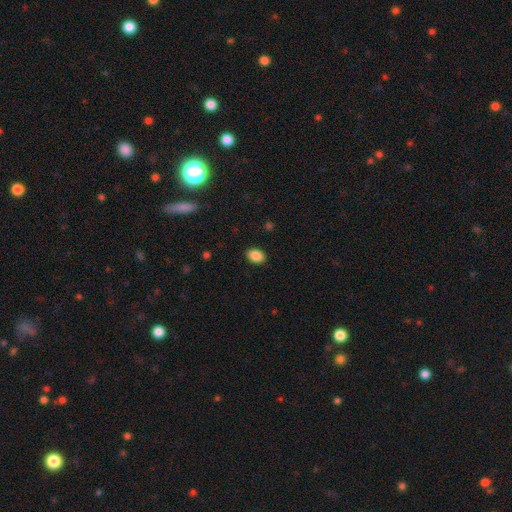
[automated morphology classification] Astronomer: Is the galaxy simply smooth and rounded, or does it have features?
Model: smooth — 88%.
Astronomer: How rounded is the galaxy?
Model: in between — 79%.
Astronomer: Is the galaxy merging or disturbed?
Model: none — 89%.